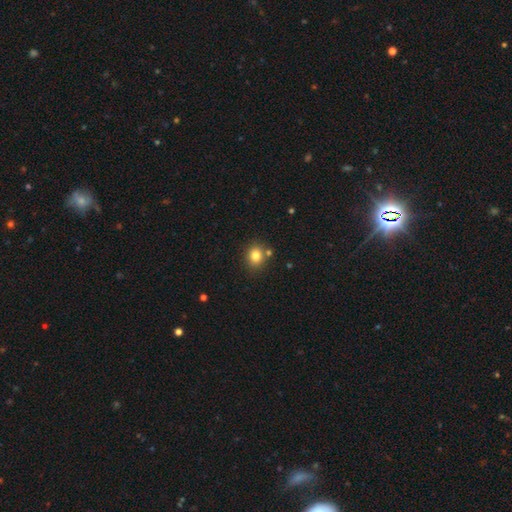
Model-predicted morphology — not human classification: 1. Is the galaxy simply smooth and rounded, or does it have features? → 81% smooth, 12% star or artifact, 7% featured or disk.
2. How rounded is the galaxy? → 65% round, 34% in between, 1% cigar-shaped.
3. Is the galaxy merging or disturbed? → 77% none, 11% minor disturbance, 9% merger, 3% major disturbance.